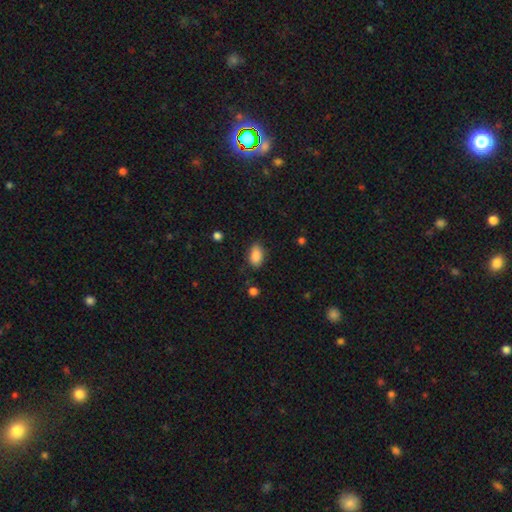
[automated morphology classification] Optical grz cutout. It shows a smooth galaxy with no disk features (87%) that is in between round and cigar-shaped (90%). Merging: none (82%).